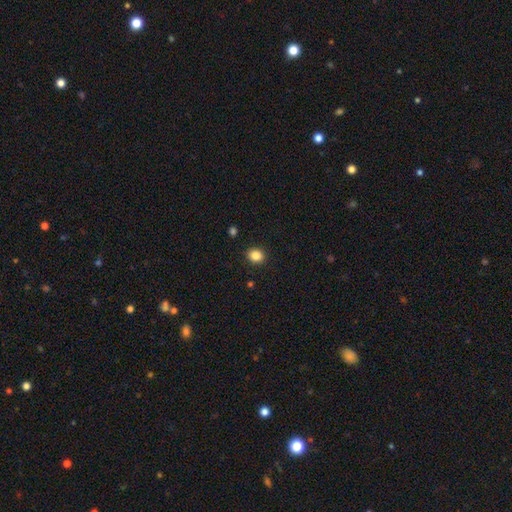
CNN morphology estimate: smooth-or-featured: smooth: 85% | star or artifact: 11% | featured or disk: 4%
  how-rounded: round: 68% | in between: 31% | cigar-shaped: 1%
  merging: none: 91% | minor disturbance: 6% | major disturbance: 2% | merger: 1%